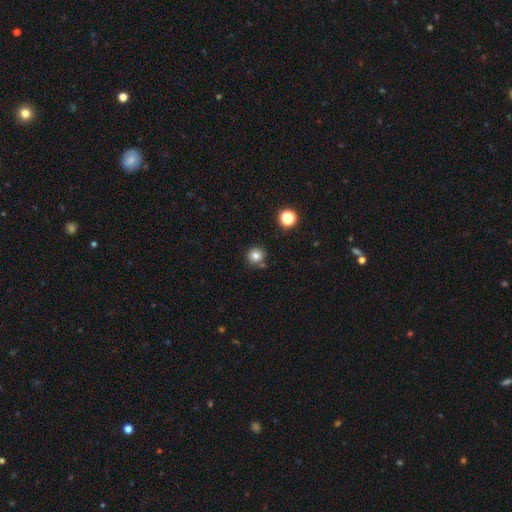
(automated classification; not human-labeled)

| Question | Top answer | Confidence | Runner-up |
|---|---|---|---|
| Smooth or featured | smooth | 80% | star or artifact (13%) |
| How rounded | round | 92% | in between (7%) |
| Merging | none | 77% | minor disturbance (11%) |